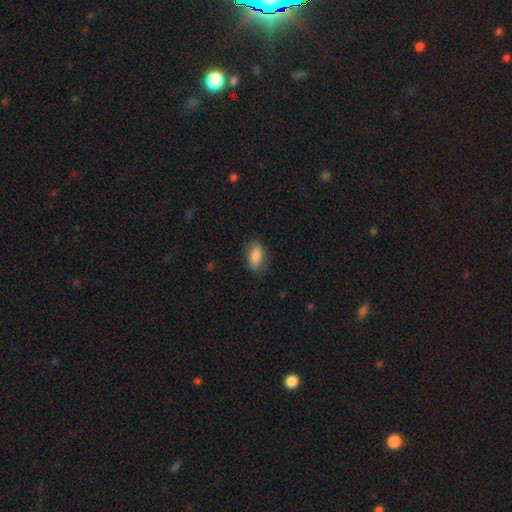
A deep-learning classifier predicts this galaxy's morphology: Smooth or featured? smooth (86%)
How rounded? in between (90%)
Merging? none (79%)